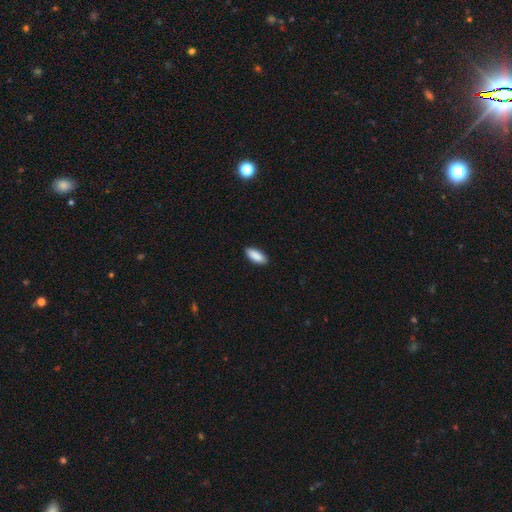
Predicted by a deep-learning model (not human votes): A smooth galaxy with no disk features (90%) that is in between round and cigar-shaped (83%). Merging: none (90%).